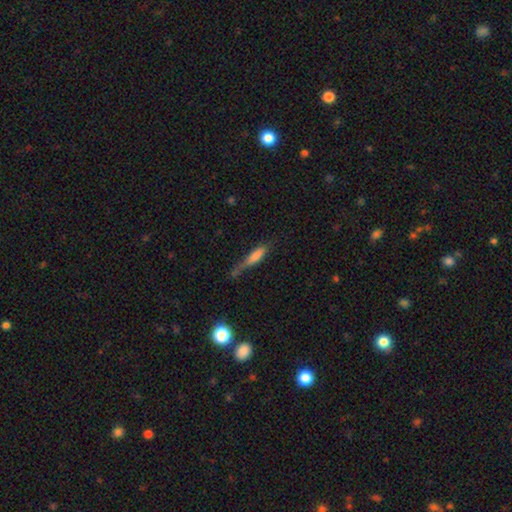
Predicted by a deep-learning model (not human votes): Q: Smooth or featured?
A: smooth (67%); runner-up: featured or disk (24%)
Q: How rounded?
A: cigar-shaped (69%); runner-up: in between (28%)
Q: Merging?
A: none (39%); runner-up: minor disturbance (31%)